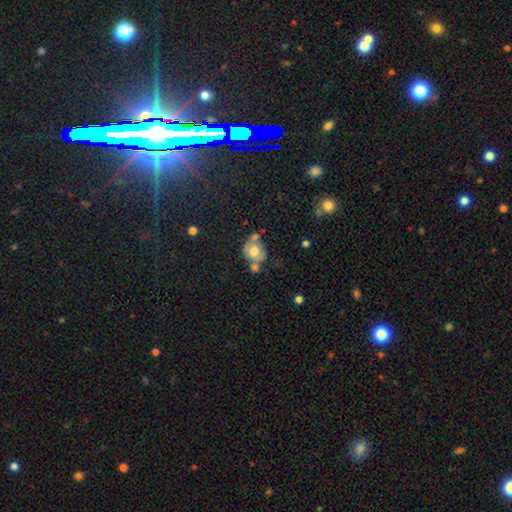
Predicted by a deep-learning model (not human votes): smooth 55%, featured or disk 35%, star or artifact 11%. Down the decision tree: how rounded — round (64%); merging — none (44%).